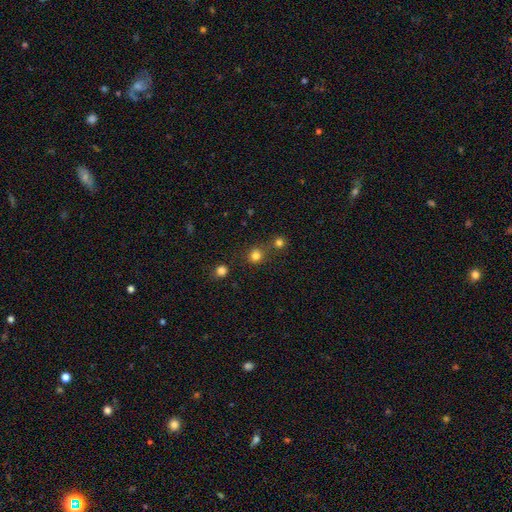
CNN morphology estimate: Overall: smooth (79%). How rounded: round (89%). Merging: none (72%).